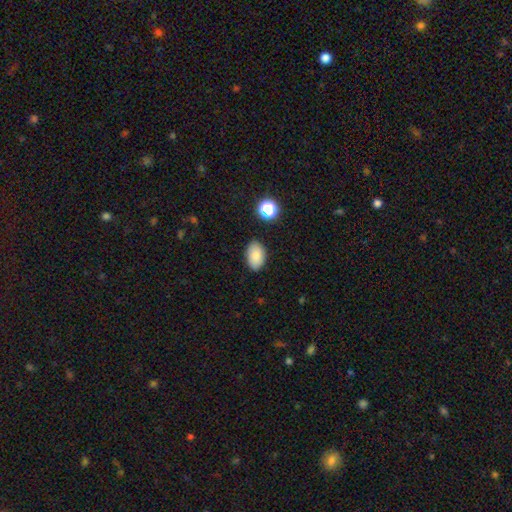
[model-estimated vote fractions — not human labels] This is clearly a smooth galaxy (84%). How rounded: clearly in between (90%). Merging: clearly none (84%).